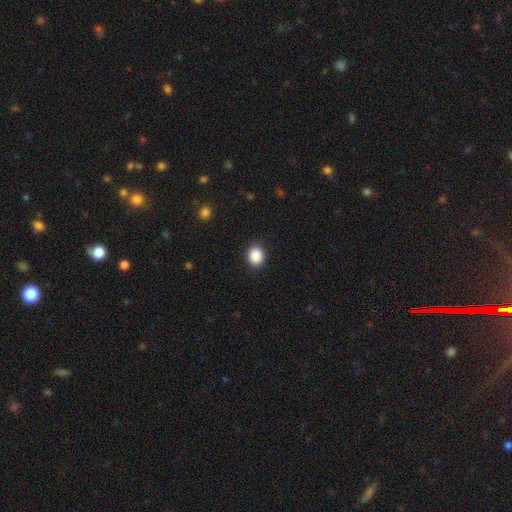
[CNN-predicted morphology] A smooth galaxy with no disk features (89%) that is round (58%). Merging: none (90%).